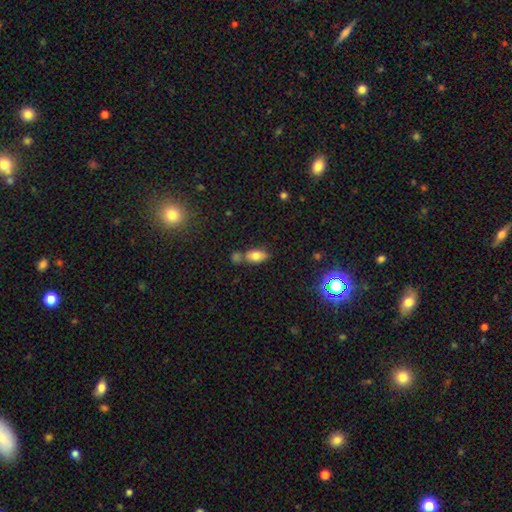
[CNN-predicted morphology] smooth_or_featured: smooth (p=0.76) [alt: featured or disk p=0.13]
how_rounded: in between (p=0.88) [alt: round p=0.06]
merging: none (p=0.57) [alt: merger p=0.26]